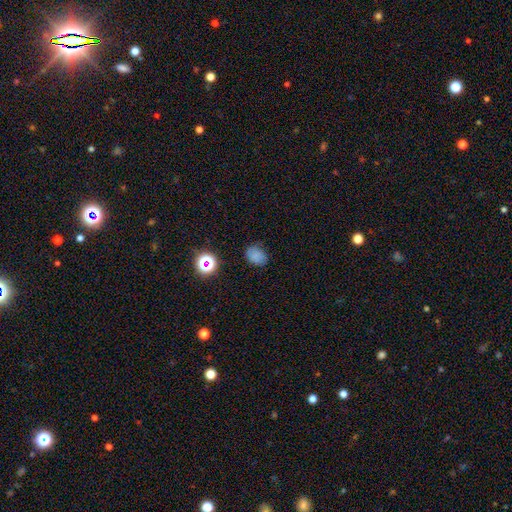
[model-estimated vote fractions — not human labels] Overall: smooth (75%). How rounded: in between (56%; round 43%). Merging: none (75%).